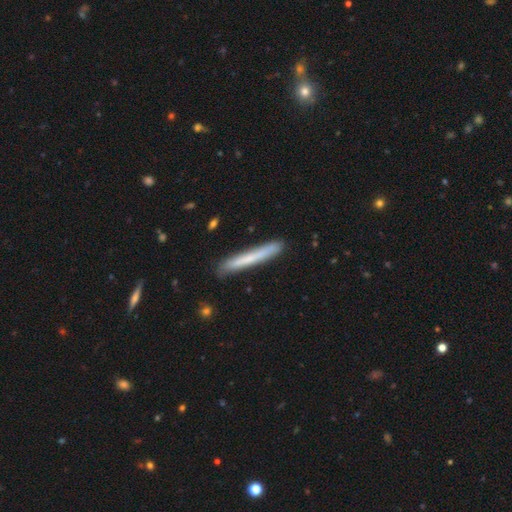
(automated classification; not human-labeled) A smooth galaxy with no disk features (64%) that is cigar-shaped (97%). Merging: none (88%).